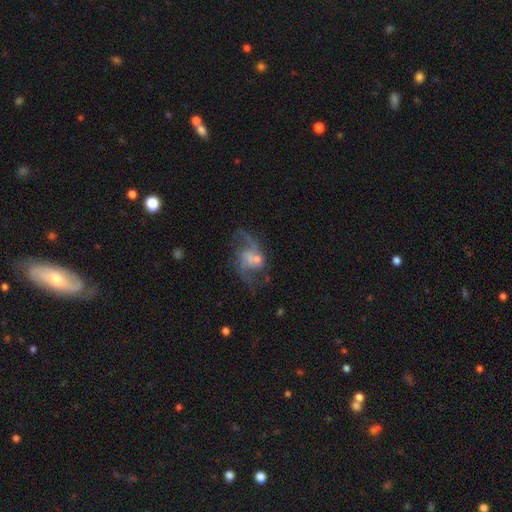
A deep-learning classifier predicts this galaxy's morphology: Q: Smooth or featured?
A: featured or disk (82%); runner-up: smooth (9%)
Q: Edge-on disk?
A: no (97%); runner-up: yes (3%)
Q: Bar?
A: no (56%); runner-up: weak (37%)
Q: Spiral arms?
A: yes (93%); runner-up: no (7%)
Q: Spiral winding?
A: loose (53%); runner-up: medium (38%)
Q: Spiral arm count?
A: 2 (78%); runner-up: can't tell (7%)
Q: Bulge size?
A: small (56%); runner-up: moderate (24%)
Q: Merging?
A: none (57%); runner-up: major disturbance (20%)